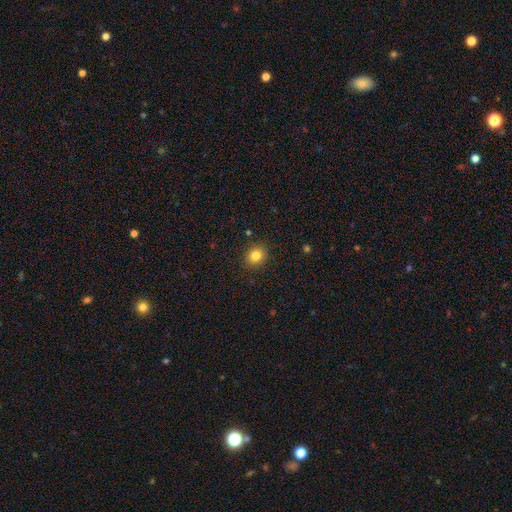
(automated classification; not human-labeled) Smooth or featured?
  - smooth: 82% *
  - star or artifact: 11%
  - featured or disk: 6%
How rounded?
  - round: 69% *
  - in between: 30%
  - cigar-shaped: 1%
Merging?
  - none: 88% *
  - minor disturbance: 8%
  - major disturbance: 2%
  - merger: 1%